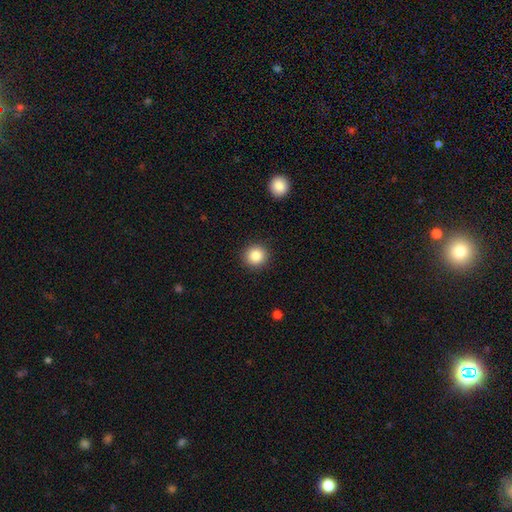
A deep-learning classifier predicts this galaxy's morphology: Smooth or featured? smooth (85%)
How rounded? round (93%)
Merging? none (92%)